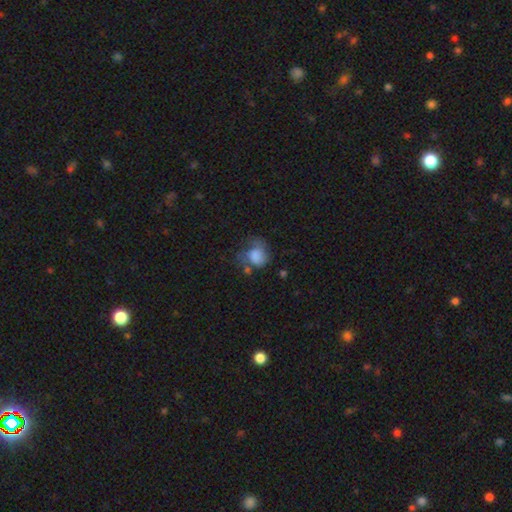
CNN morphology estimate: smooth_or_featured: smooth (p=0.65) [alt: featured or disk p=0.26]
how_rounded: round (p=0.53) [alt: in between p=0.46]
merging: major disturbance (p=0.38) [alt: none p=0.28]